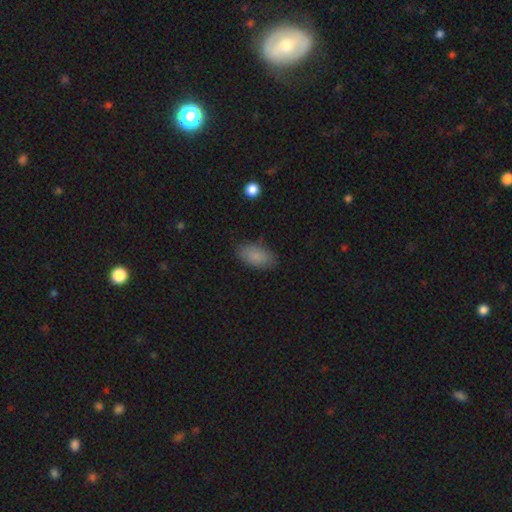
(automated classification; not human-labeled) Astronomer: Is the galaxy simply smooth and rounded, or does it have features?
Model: smooth — 85%.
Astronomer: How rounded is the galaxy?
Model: in between — 92%.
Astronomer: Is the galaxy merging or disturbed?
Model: none — 82%.